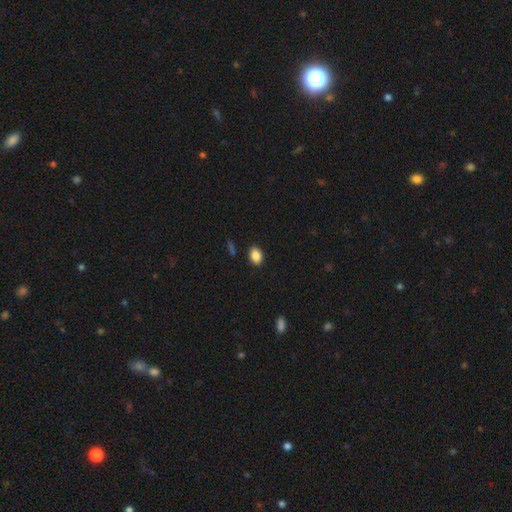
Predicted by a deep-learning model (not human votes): A smooth galaxy with no disk features (87%) that is in between round and cigar-shaped (77%).

Vote fractions:
- Smooth or featured? smooth: 87% / star or artifact: 9% / featured or disk: 5%
- How rounded? in between: 77% / round: 21% / cigar-shaped: 1%
- Merging? none: 87% / minor disturbance: 9% / major disturbance: 2% / merger: 2%